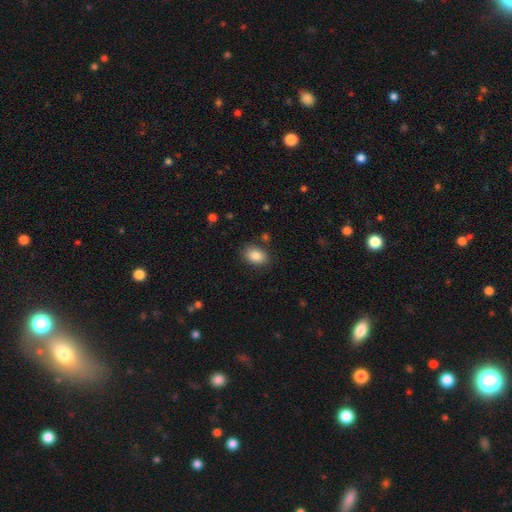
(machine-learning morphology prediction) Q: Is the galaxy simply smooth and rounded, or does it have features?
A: smooth — 85%.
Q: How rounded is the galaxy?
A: in between — 77%.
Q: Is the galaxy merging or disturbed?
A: none — 84%.